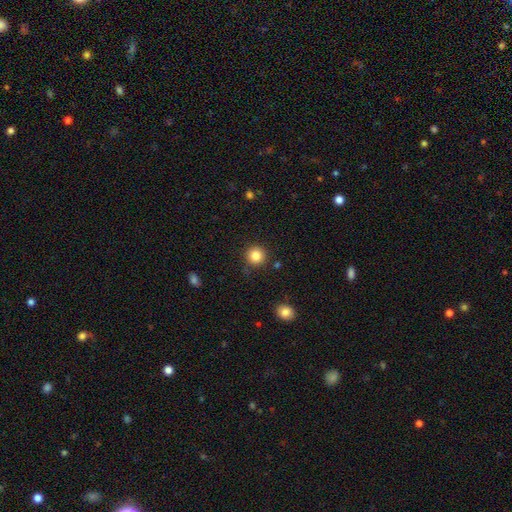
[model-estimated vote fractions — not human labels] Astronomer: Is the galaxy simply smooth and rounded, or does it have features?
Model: smooth — 84%.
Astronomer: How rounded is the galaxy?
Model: round — 94%.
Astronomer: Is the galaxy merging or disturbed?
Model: none — 88%.